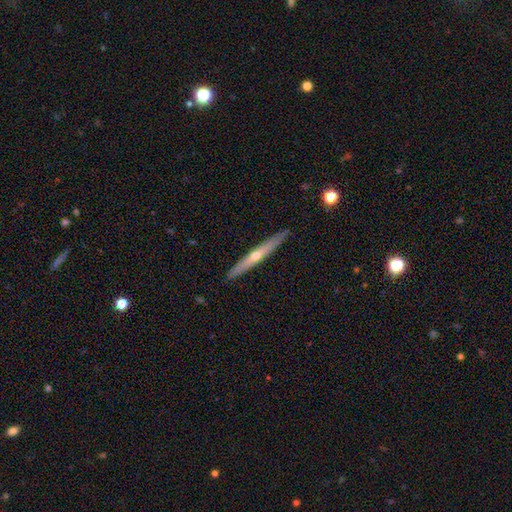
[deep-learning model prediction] The model was most divided on "smooth or featured": featured or disk: 66%, smooth: 28%, star or artifact: 6%. More confident: edge-on disk — yes (95%); merging — none (91%); edge-on bulge — rounded (76%).